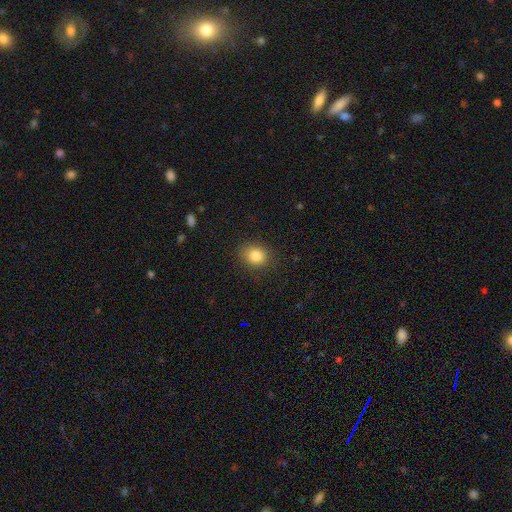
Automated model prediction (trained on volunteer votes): This is clearly a smooth galaxy (83%). How rounded: likely round (64%). Merging: clearly none (86%).